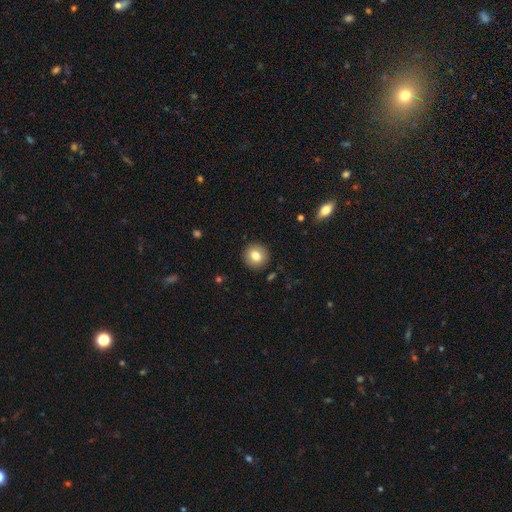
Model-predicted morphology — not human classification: smooth-or-featured: smooth: 80% | featured or disk: 11% | star or artifact: 9%
  how-rounded: round: 90% | in between: 9% | cigar-shaped: 1%
  merging: none: 91% | minor disturbance: 6% | major disturbance: 2% | merger: 1%